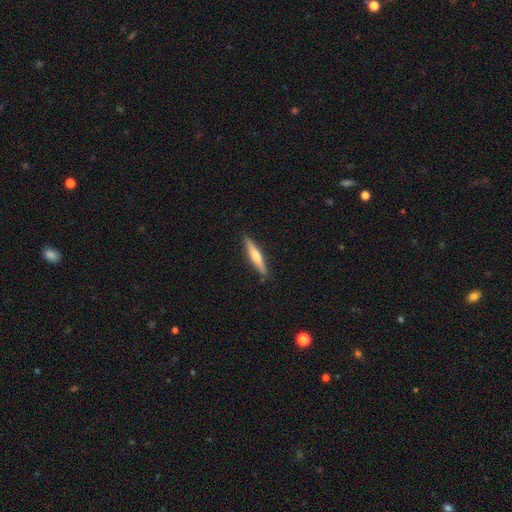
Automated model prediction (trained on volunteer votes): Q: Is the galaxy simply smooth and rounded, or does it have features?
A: featured or disk — 53%.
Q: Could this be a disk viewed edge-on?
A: yes — 97%.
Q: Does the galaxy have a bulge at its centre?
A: rounded — 82%.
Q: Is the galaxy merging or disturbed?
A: none — 90%.